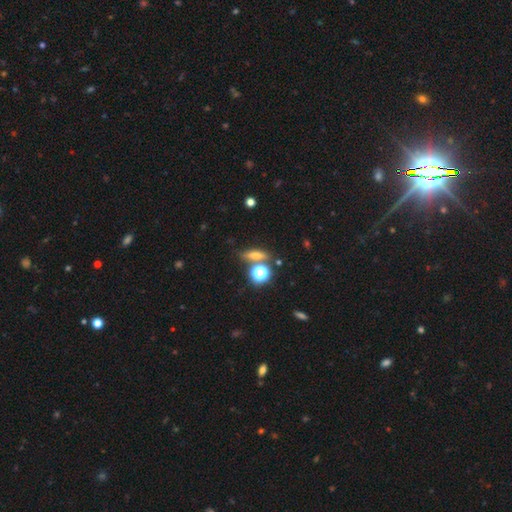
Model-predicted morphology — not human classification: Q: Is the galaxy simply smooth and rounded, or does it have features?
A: smooth — 53%.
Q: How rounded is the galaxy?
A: cigar-shaped — 44%.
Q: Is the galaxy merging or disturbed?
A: none — 73%.